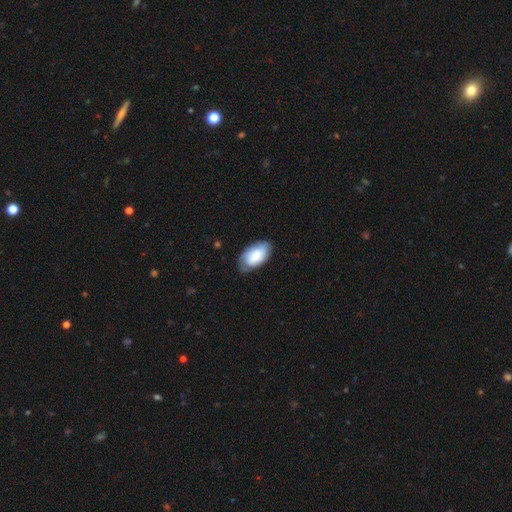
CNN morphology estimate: Smooth or featured?
  - smooth: 64% *
  - featured or disk: 30%
  - star or artifact: 6%
How rounded?
  - in between: 94% *
  - round: 4%
  - cigar-shaped: 2%
Merging?
  - none: 73% *
  - minor disturbance: 21%
  - major disturbance: 5%
  - merger: 1%